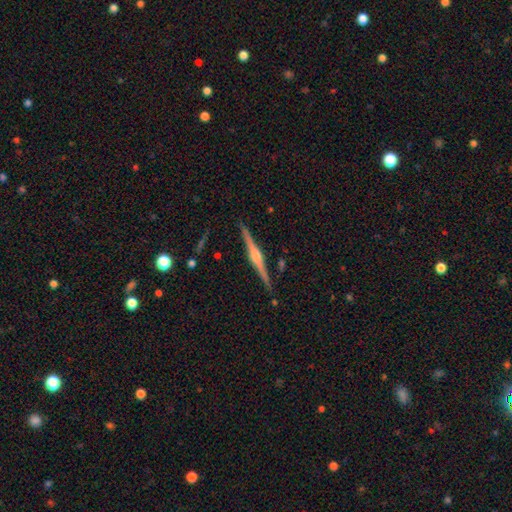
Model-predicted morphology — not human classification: A featured or disk galaxy (85%) viewed edge-on (99%) with a rounded central bulge (84%). Merging: none (91%).